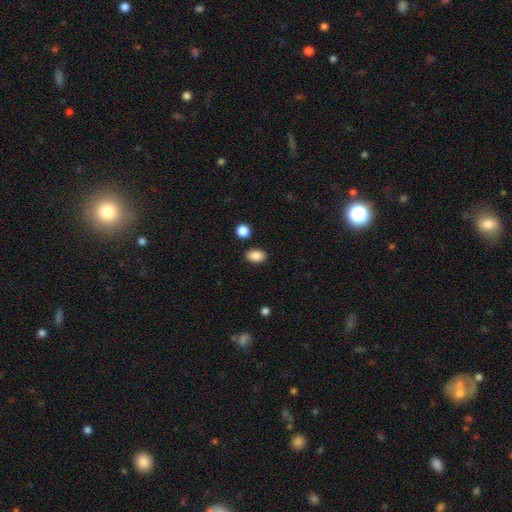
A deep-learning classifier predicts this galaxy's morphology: This is clearly a smooth galaxy (88%). How rounded: clearly in between (85%). Merging: clearly none (86%).